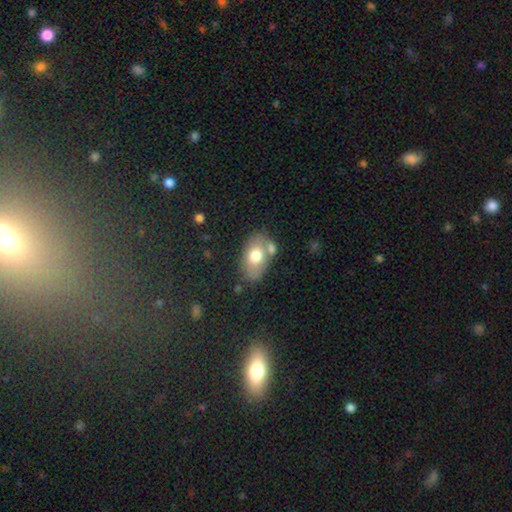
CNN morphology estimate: This is likely a smooth galaxy (68%). How rounded: clearly in between (87%). Merging: possibly none (56%).